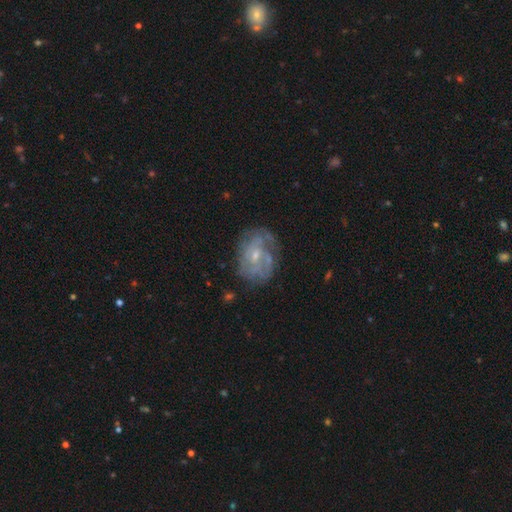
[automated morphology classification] The model was most divided on "spiral winding": tight: 50%, medium: 35%, loose: 15%. Remaining: edge-on disk — no (97%); spiral arms — yes (74%); smooth or featured — featured or disk (74%); bulge size — small (68%); merging — none (62%); bar — no (60%); spiral arm count — can't tell (50%).